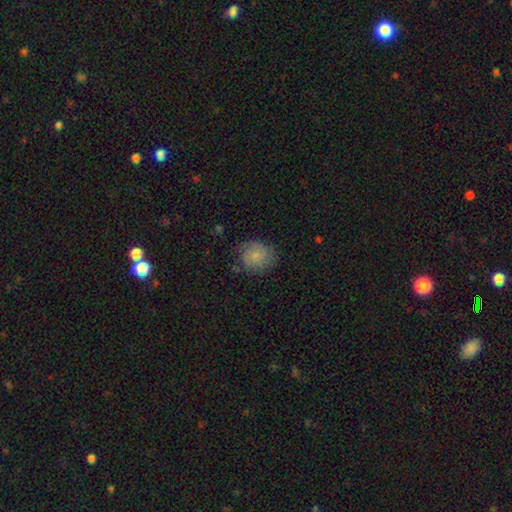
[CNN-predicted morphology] A smooth galaxy with no disk features (70%) that is round (72%). Merging: none (67%).